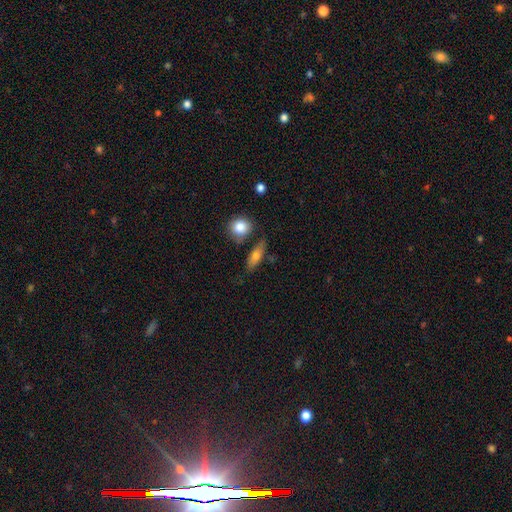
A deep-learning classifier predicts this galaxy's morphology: Smooth or featured? smooth (73%)
How rounded? in between (64%)
Merging? none (68%)